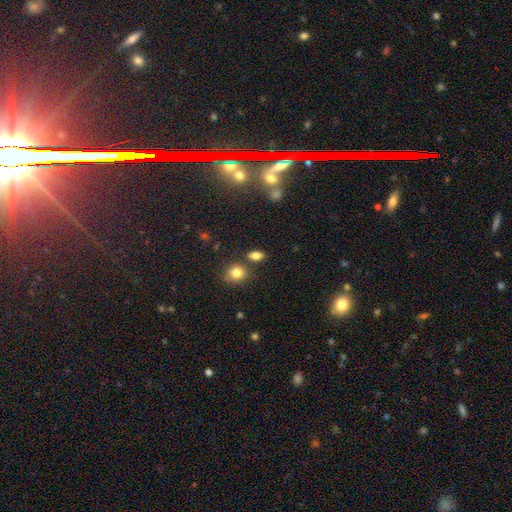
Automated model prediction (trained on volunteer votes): Smooth or featured? Predicted: smooth (p=0.80). How rounded? Predicted: in between (p=0.77). Merging? Predicted: none (p=0.74).